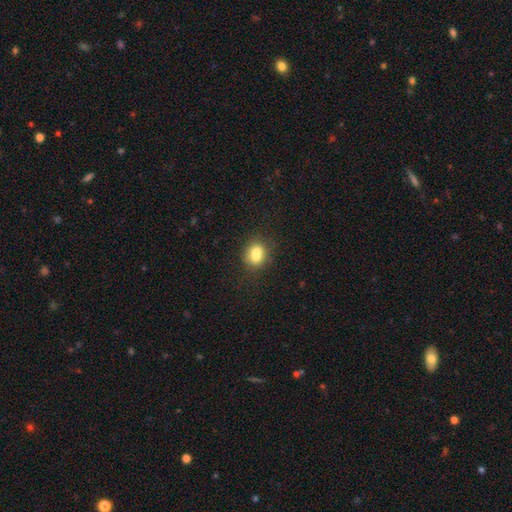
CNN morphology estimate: Overall: smooth (79%). How rounded: in between (55%; round 43%). Merging: none (65%).